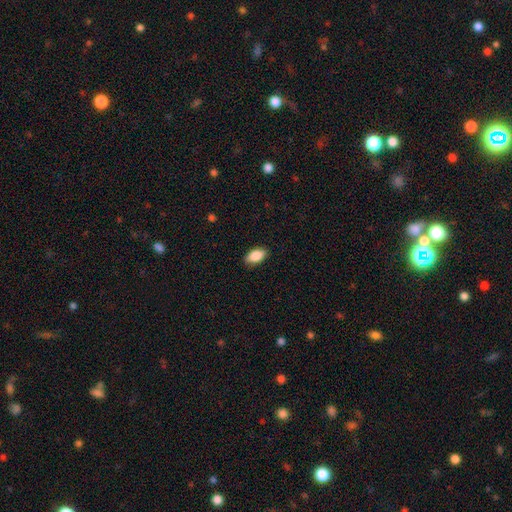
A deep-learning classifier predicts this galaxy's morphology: smooth_or_featured: smooth (p=0.87) [alt: star or artifact p=0.07]
how_rounded: in between (p=0.92) [alt: round p=0.04]
merging: none (p=0.86) [alt: minor disturbance p=0.11]